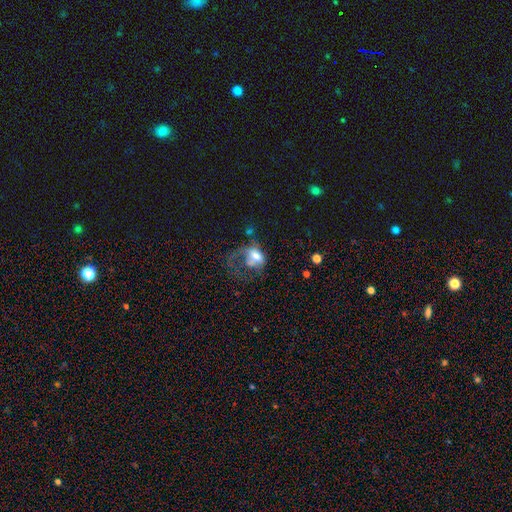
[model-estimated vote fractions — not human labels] This appears to be a smooth galaxy with no disk features (49%). Merging: major disturbance (60%).